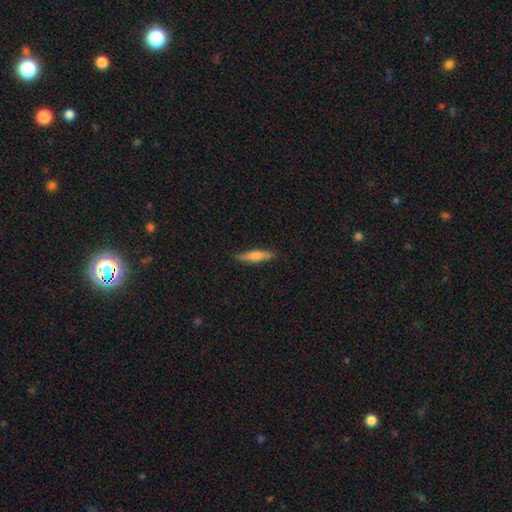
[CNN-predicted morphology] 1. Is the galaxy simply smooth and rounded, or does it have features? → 65% smooth, 29% featured or disk, 6% star or artifact.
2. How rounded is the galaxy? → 84% cigar-shaped, 15% in between, 2% round.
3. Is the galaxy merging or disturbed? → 87% none, 10% minor disturbance, 2% major disturbance, 1% merger.